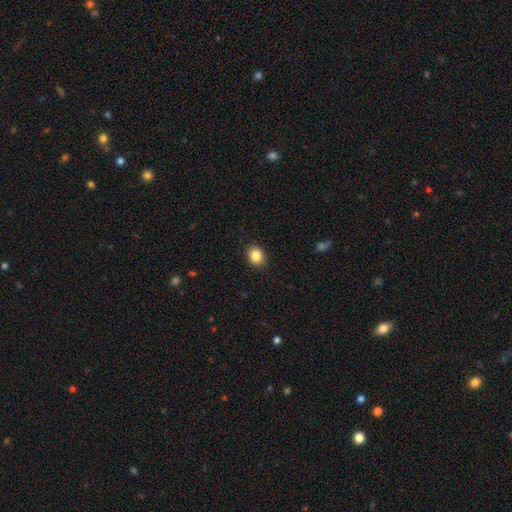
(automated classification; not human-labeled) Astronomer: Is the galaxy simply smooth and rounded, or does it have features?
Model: smooth — 85%.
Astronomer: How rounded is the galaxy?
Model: round — 55% (runner-up: in between, 45%).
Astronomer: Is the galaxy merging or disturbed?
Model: none — 90%.